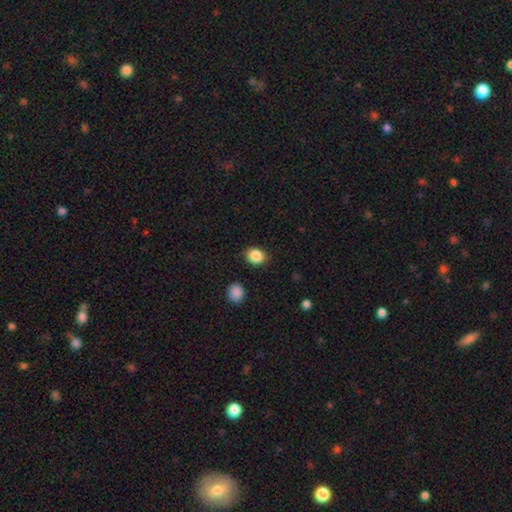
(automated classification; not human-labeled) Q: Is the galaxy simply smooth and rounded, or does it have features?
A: smooth — 86%.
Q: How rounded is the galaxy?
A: round — 52%.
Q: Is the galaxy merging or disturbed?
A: none — 85%.